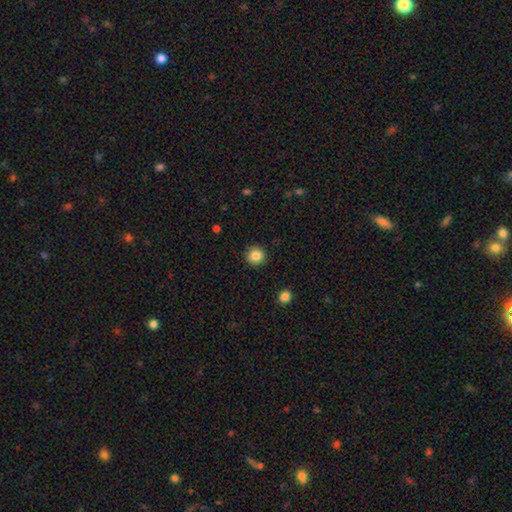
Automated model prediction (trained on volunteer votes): A smooth galaxy with no disk features (85%) that is round (95%). Merging: none (92%).